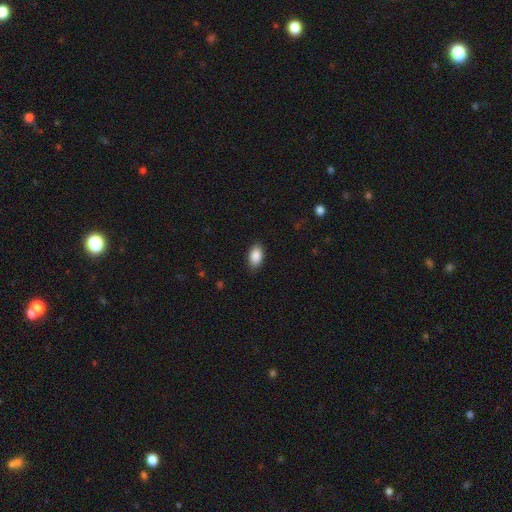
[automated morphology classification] type=smooth (89%); roundness=in between (93%); merging=none (87%).